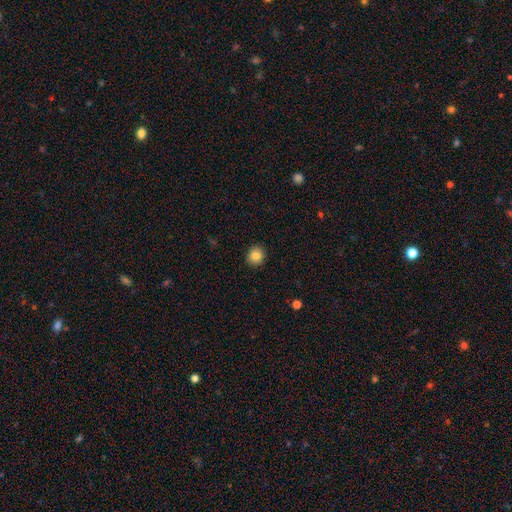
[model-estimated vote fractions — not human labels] A smooth galaxy with no disk features (83%) that is round (87%).

Vote fractions:
- Smooth or featured? smooth: 83% / star or artifact: 10% / featured or disk: 6%
- How rounded? round: 87% / in between: 12% / cigar-shaped: 1%
- Merging? none: 92% / minor disturbance: 6% / major disturbance: 2% / merger: 1%